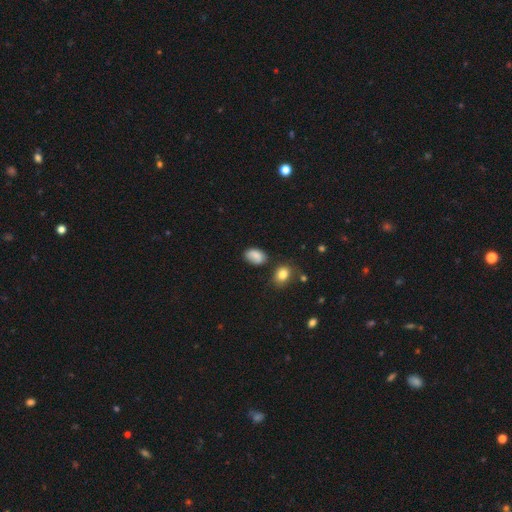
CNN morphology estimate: smooth-or-featured: smooth: 82% | star or artifact: 10% | featured or disk: 8%
  how-rounded: in between: 83% | round: 15% | cigar-shaped: 1%
  merging: none: 67% | minor disturbance: 22% | merger: 6% | major disturbance: 5%